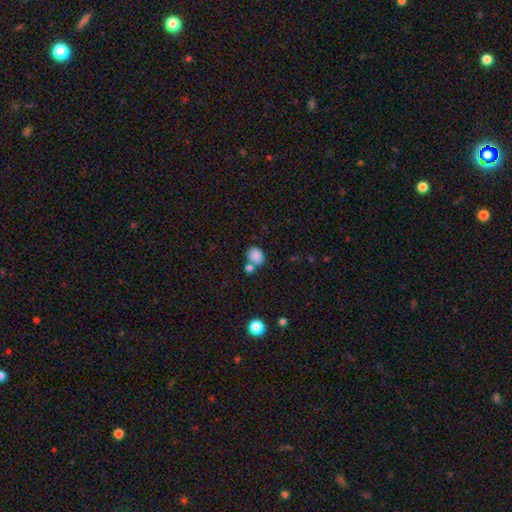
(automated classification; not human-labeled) A smooth galaxy with no disk features (85%) that is round (51%).

Vote fractions:
- Smooth or featured? smooth: 85% / star or artifact: 10% / featured or disk: 6%
- How rounded? round: 51% / in between: 48% / cigar-shaped: 1%
- Merging? none: 58% / merger: 24% / minor disturbance: 13% / major disturbance: 4%